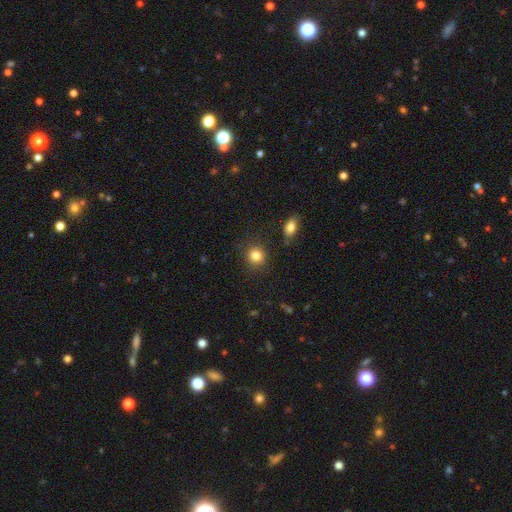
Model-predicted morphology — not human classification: Smooth or featured: smooth — 84% (star or artifact — 10%)
How rounded: round — 85% (in between — 14%)
Merging: none — 86% (minor disturbance — 8%)